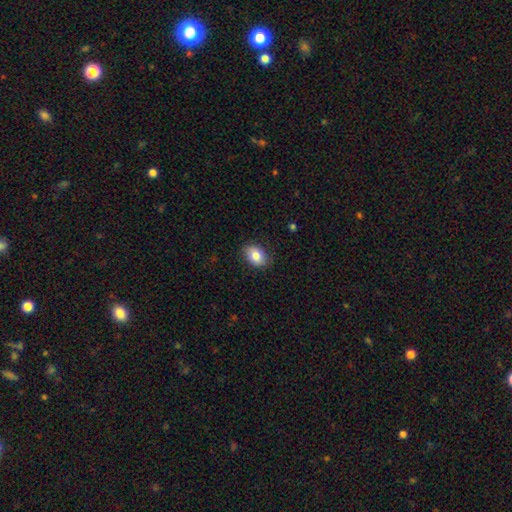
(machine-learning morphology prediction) The model was most divided on "how rounded": in between: 77%, round: 22%, cigar-shaped: 1%. More confident: merging — none (84%); smooth or featured — smooth (82%).